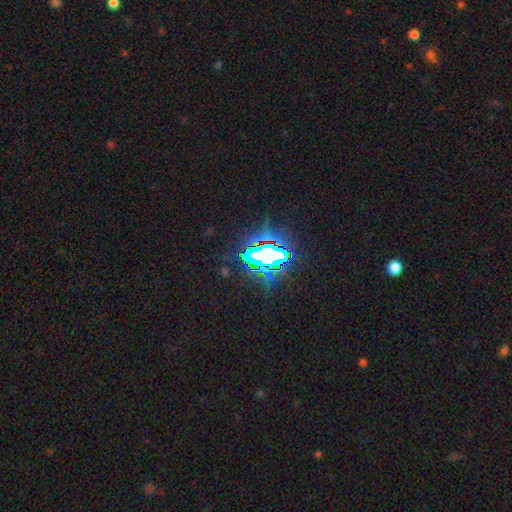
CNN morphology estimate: Smooth or featured: star or artifact — 72% (smooth — 16%)